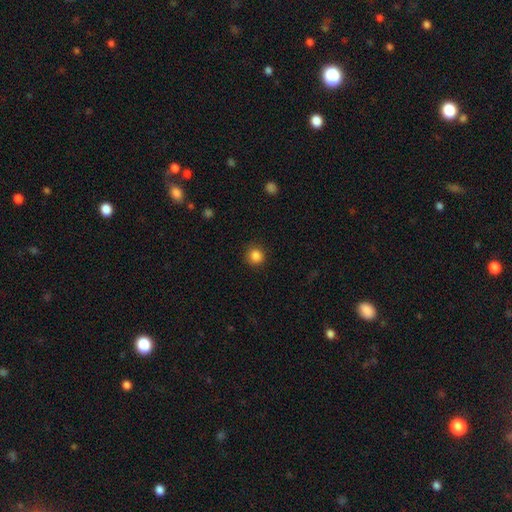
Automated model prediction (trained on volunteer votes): A smooth galaxy with no disk features (86%) that is round (91%).

Vote fractions:
- Smooth or featured? smooth: 86% / star or artifact: 11% / featured or disk: 4%
- How rounded? round: 91% / in between: 8% / cigar-shaped: 1%
- Merging? none: 90% / minor disturbance: 7% / major disturbance: 2% / merger: 1%